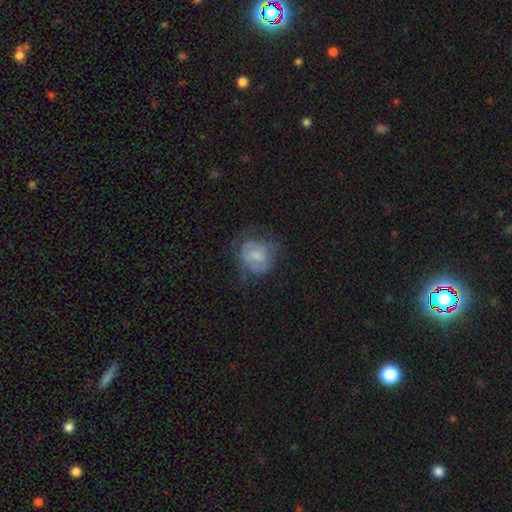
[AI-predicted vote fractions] This is possibly a smooth galaxy (48%). Merging: possibly none (49%).